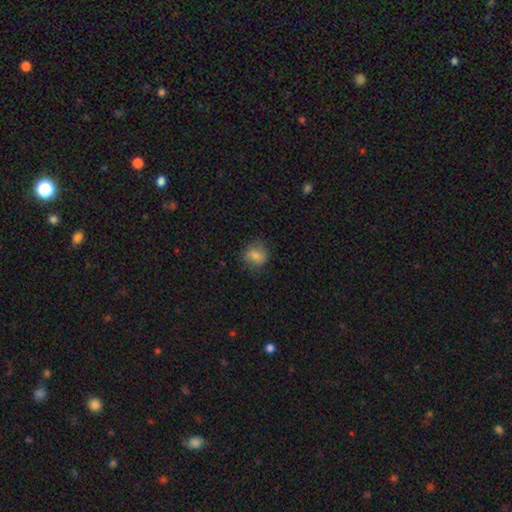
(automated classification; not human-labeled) smooth-or-featured: smooth: 77% | featured or disk: 14% | star or artifact: 9%
  how-rounded: round: 73% | in between: 26% | cigar-shaped: 1%
  merging: none: 76% | minor disturbance: 17% | major disturbance: 6% | merger: 1%